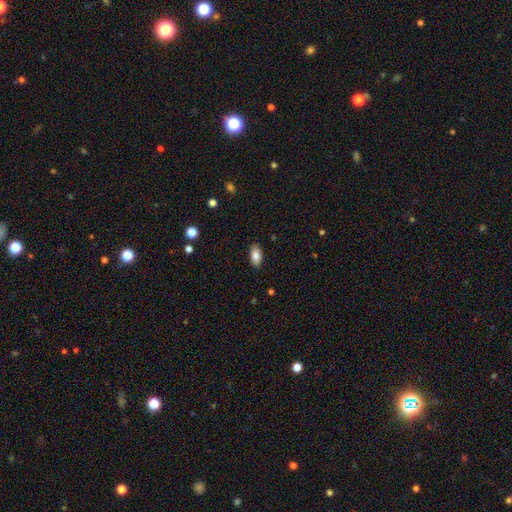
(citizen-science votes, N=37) smooth-or-featured: smooth: 84% | featured or disk: 14% | star or artifact: 3%
  how-rounded: in between: 90% | cigar-shaped: 6% | round: 3%
  merging: none: 89% | minor disturbance: 8% | major disturbance: 3% | merger: 0%